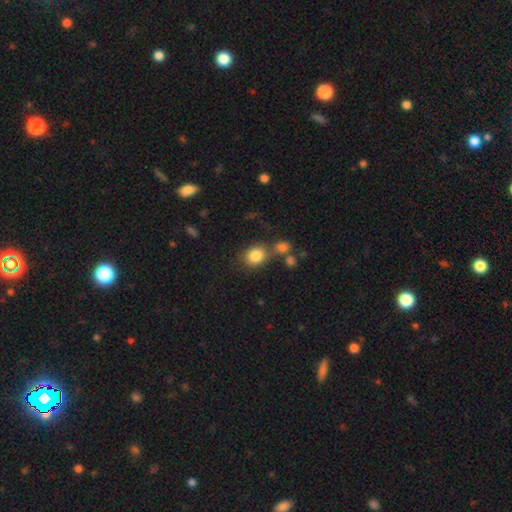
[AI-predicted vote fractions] Morphology: type=smooth (83%); roundness=round (62%); merging=none (62%).